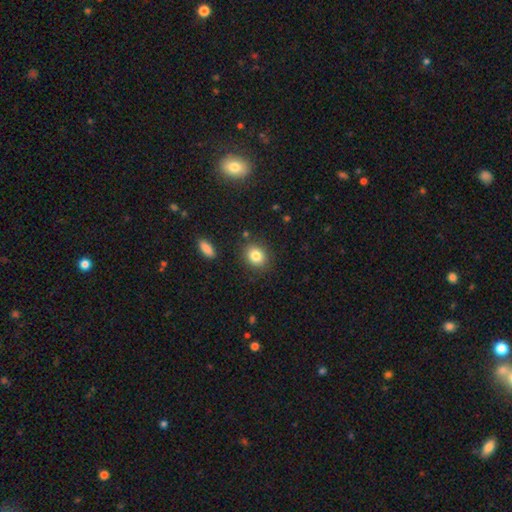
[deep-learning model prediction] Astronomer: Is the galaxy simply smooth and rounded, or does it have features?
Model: smooth — 83%.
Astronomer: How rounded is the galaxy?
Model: round — 61% (runner-up: in between, 38%).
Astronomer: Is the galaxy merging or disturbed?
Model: none — 84%.